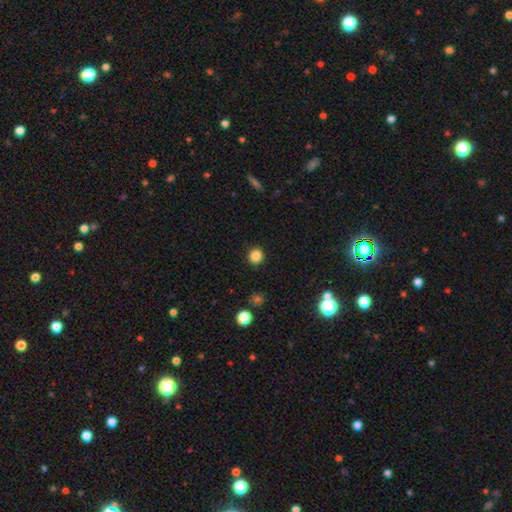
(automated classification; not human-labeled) A smooth galaxy with no disk features (85%) that is round (90%).

Vote fractions:
- Smooth or featured? smooth: 85% / star or artifact: 11% / featured or disk: 3%
- How rounded? round: 90% / in between: 9% / cigar-shaped: 1%
- Merging? none: 91% / minor disturbance: 6% / major disturbance: 2% / merger: 1%